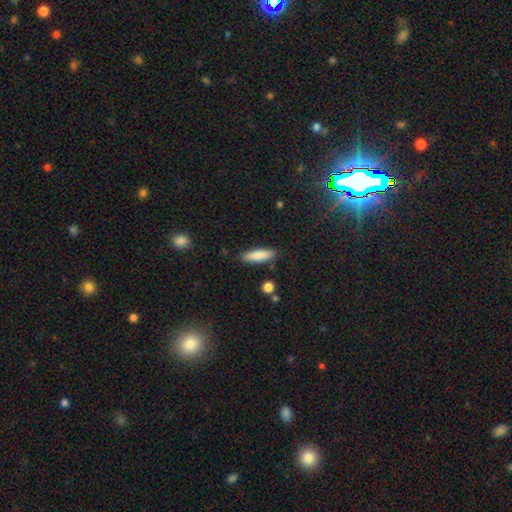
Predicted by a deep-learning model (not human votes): smooth_or_featured: smooth (p=0.84) [alt: featured or disk p=0.10]
how_rounded: cigar-shaped (p=0.58) [alt: in between p=0.40]
merging: none (p=0.86) [alt: minor disturbance p=0.10]